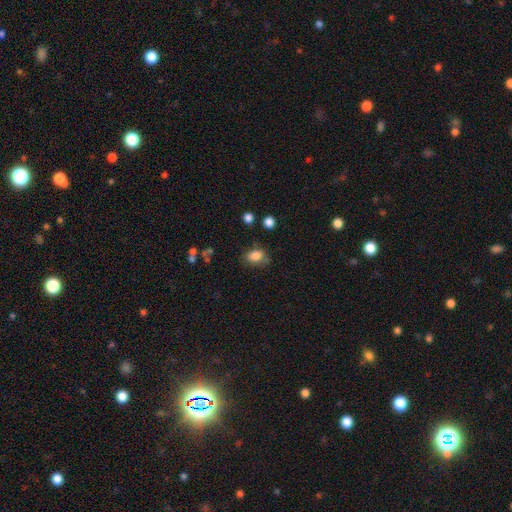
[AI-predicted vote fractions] Overall: smooth (82%). How rounded: in between (74%). Merging: none (67%).